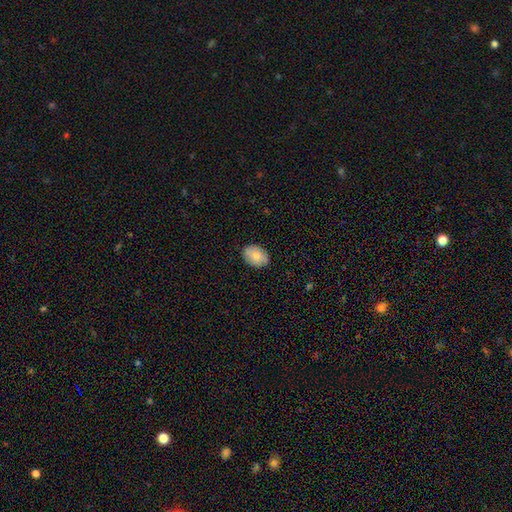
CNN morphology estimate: This appears to be a smooth galaxy with no disk features (82%) that is in between round and cigar-shaped (78%). Merging: none (85%).